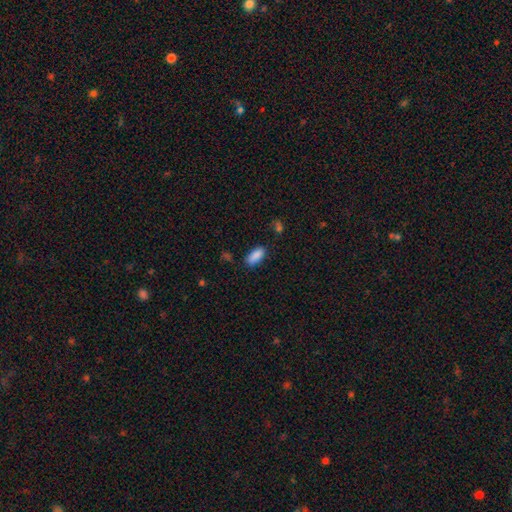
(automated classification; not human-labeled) This is clearly a smooth galaxy (89%). How rounded: clearly in between (87%). Merging: clearly none (82%).